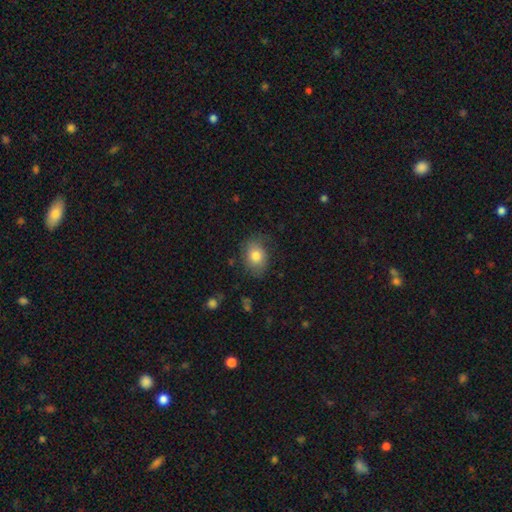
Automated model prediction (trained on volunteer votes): This appears to be a smooth galaxy with no disk features (79%) that is in between round and cigar-shaped (65%). Merging: none (75%).